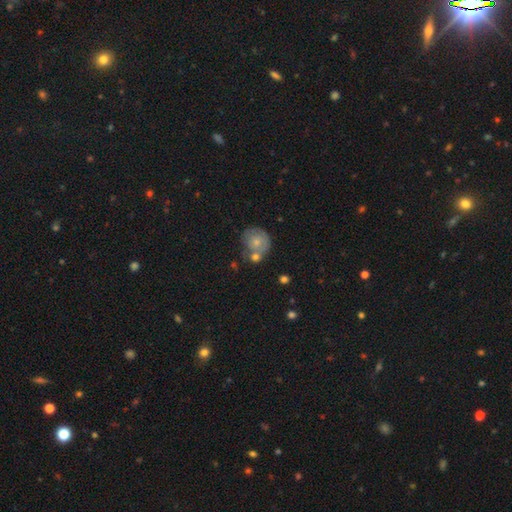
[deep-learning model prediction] This appears to be a smooth galaxy with no disk features (58%) that is round (84%). Merging: none (56%).